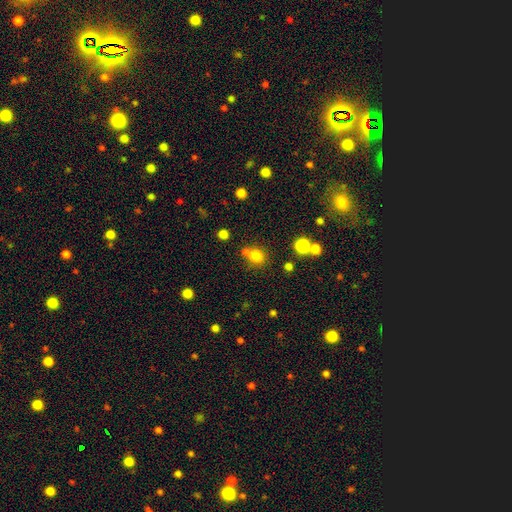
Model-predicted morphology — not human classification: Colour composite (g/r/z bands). It shows a smooth galaxy with no disk features (77%) that is round (80%). Merging: none (63%).